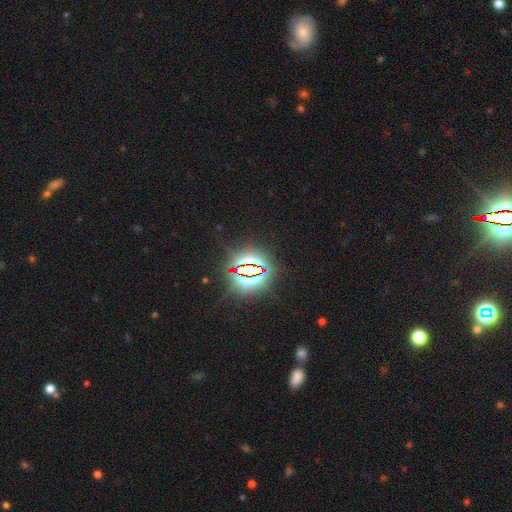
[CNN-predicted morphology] Smooth or featured? star or artifact (83%)